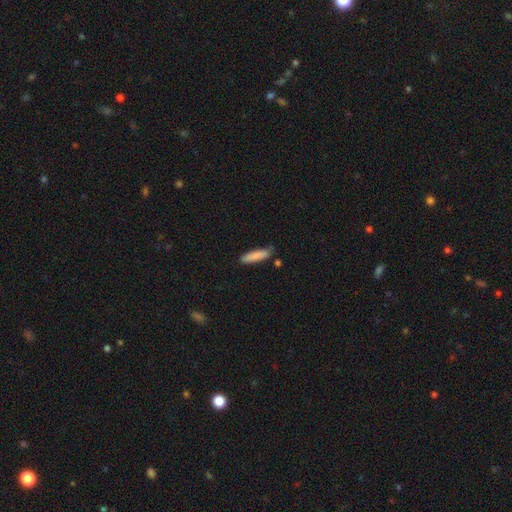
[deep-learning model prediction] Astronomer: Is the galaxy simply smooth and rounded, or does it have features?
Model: smooth — 85%.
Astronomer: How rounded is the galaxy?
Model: cigar-shaped — 75%.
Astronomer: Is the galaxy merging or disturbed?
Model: none — 78%.